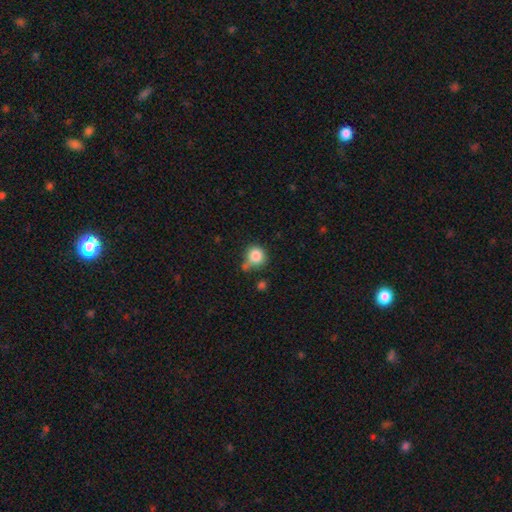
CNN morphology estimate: Smooth or featured?
  - smooth: 84% *
  - star or artifact: 10%
  - featured or disk: 6%
How rounded?
  - round: 85% *
  - in between: 14%
  - cigar-shaped: 1%
Merging?
  - none: 55% *
  - minor disturbance: 25%
  - merger: 12%
  - major disturbance: 8%